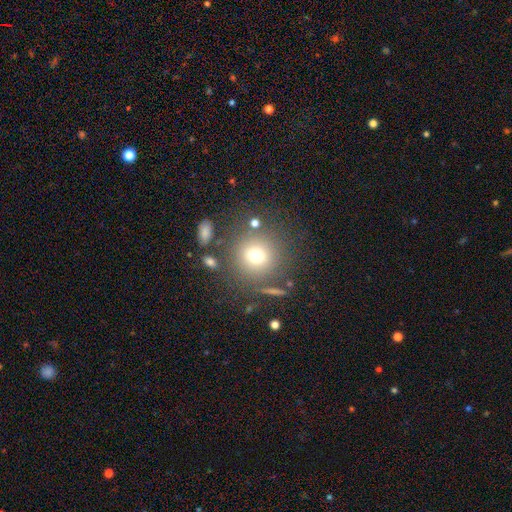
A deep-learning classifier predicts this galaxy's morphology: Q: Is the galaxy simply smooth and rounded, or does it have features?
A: smooth — 72%.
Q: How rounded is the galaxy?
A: round — 90%.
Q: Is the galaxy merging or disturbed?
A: none — 78%.